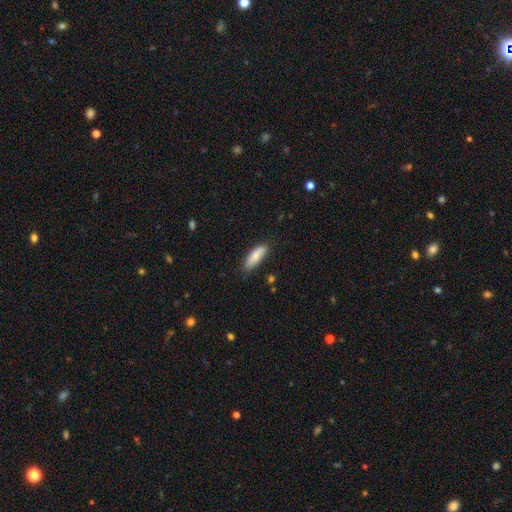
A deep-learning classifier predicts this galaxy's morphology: Q: Smooth or featured?
A: smooth (83%); runner-up: featured or disk (11%)
Q: How rounded?
A: in between (56%); runner-up: cigar-shaped (42%)
Q: Merging?
A: none (78%); runner-up: minor disturbance (17%)